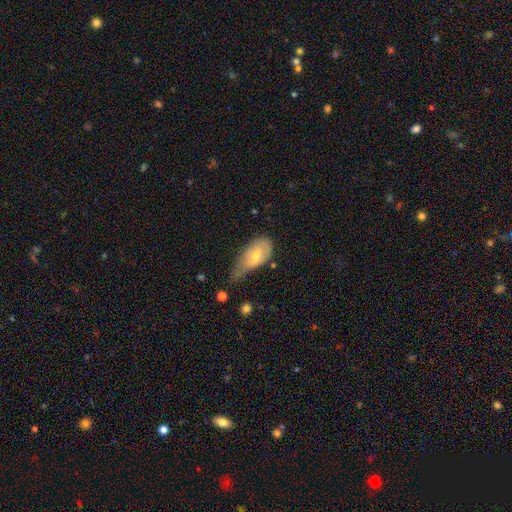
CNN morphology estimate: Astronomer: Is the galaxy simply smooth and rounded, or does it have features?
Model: smooth — 63%.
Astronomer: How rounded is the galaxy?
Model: in between — 90%.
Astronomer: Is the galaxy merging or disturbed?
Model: minor disturbance — 43% (runner-up: major disturbance, 33%).